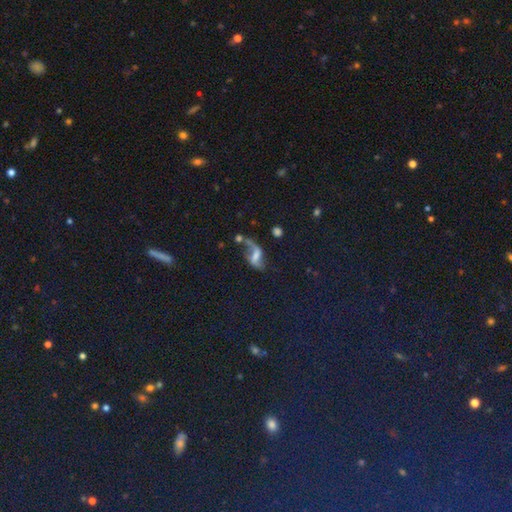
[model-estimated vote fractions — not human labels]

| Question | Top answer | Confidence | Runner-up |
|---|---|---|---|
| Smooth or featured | featured or disk | 65% | smooth (20%) |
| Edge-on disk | no | 94% | yes (6%) |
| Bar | weak | 41% | no (33%) |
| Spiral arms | yes | 84% | no (16%) |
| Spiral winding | loose | 87% | medium (10%) |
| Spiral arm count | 2 | 82% | 1 (12%) |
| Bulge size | none | 33% | small (29%) |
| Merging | none | 43% | major disturbance (22%) |